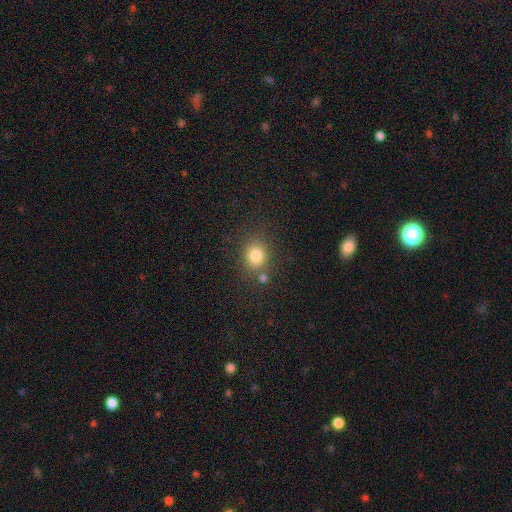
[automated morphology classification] Smooth or featured? smooth (82%)
How rounded? round (72%)
Merging? none (74%)